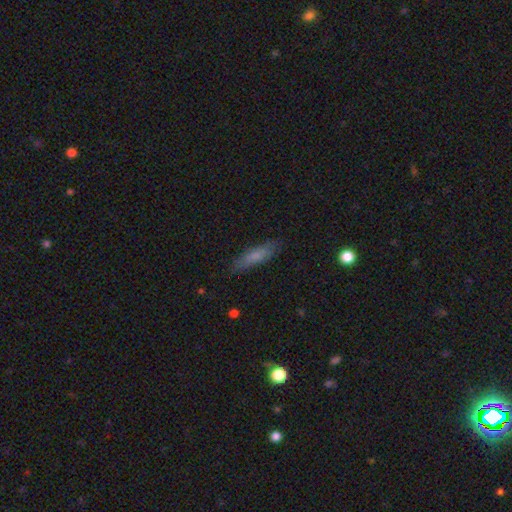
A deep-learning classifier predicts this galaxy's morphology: A smooth galaxy with no disk features (74%) that is cigar-shaped (72%).

Vote fractions:
- Smooth or featured? smooth: 74% / featured or disk: 19% / star or artifact: 7%
- How rounded? cigar-shaped: 72% / in between: 27% / round: 2%
- Merging? none: 83% / minor disturbance: 13% / major disturbance: 3% / merger: 1%